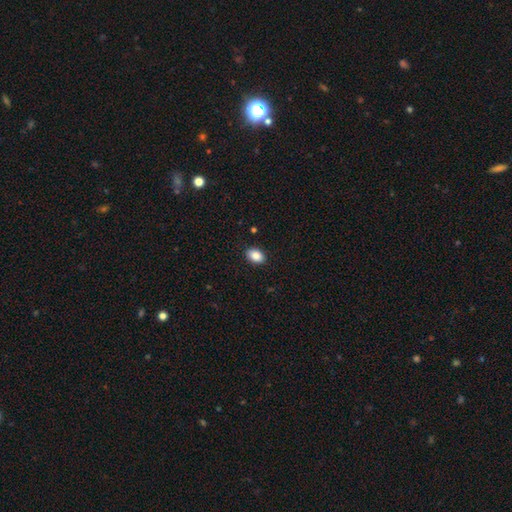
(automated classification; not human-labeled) A smooth galaxy with no disk features (87%) that is in between round and cigar-shaped (83%). Merging: none (89%).